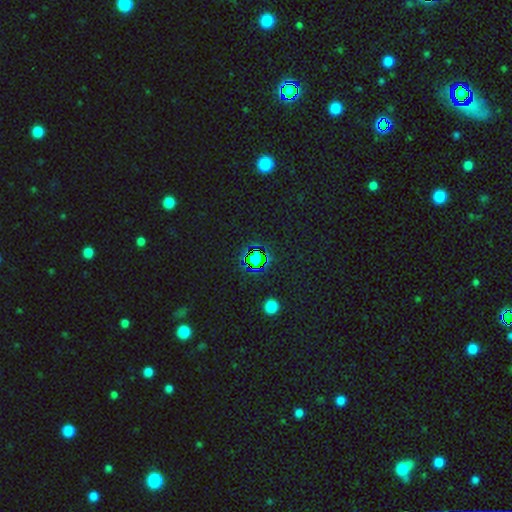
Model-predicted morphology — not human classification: A star or artifact, not a galaxy (75%).